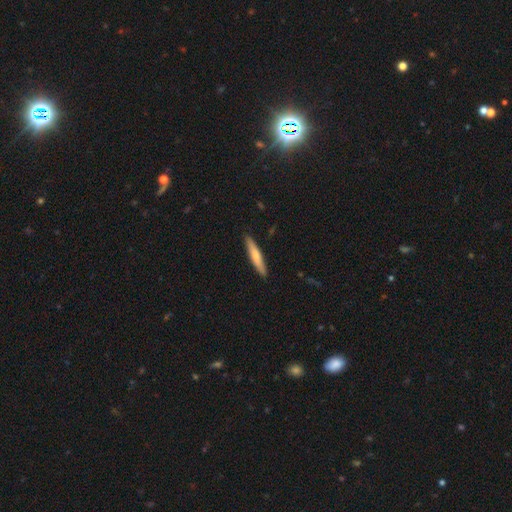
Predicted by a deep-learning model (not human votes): Smooth or featured? smooth (65%)
How rounded? cigar-shaped (91%)
Merging? none (90%)